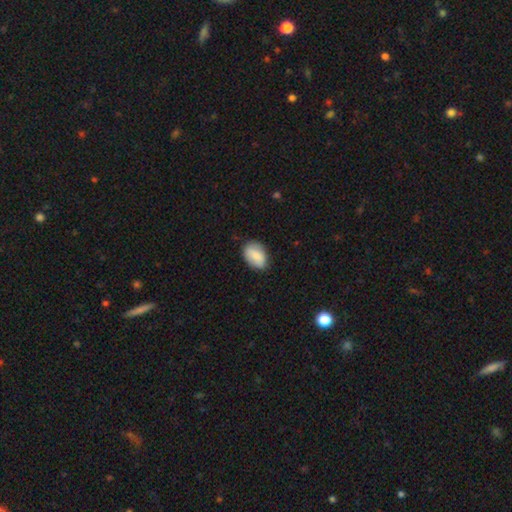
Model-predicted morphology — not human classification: A smooth galaxy with no disk features (84%) that is in between round and cigar-shaped (85%). Merging: none (76%).